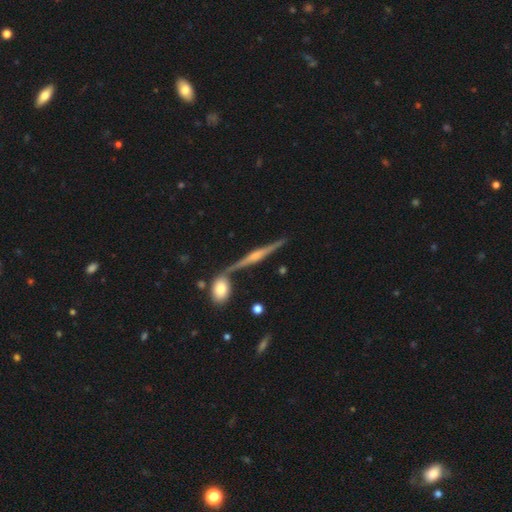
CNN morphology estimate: The model was most divided on "edge-on bulge": rounded: 66%, boxy: 21%, none: 12%. More confident: edge-on disk — yes (97%); smooth or featured — featured or disk (81%); merging — none (80%).